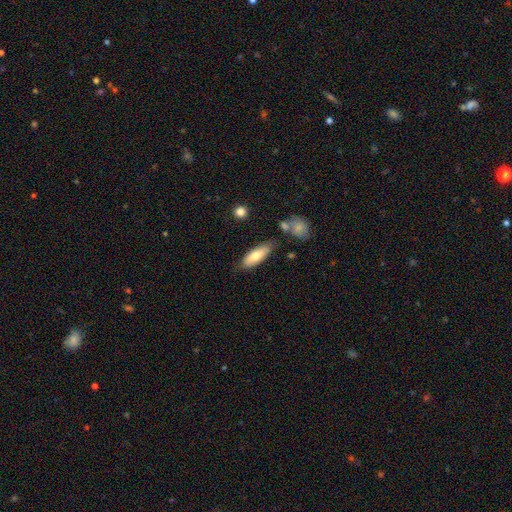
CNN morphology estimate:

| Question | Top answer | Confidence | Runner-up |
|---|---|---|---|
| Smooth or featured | smooth | 73% | featured or disk (21%) |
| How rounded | in between | 60% | cigar-shaped (38%) |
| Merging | none | 74% | minor disturbance (17%) |